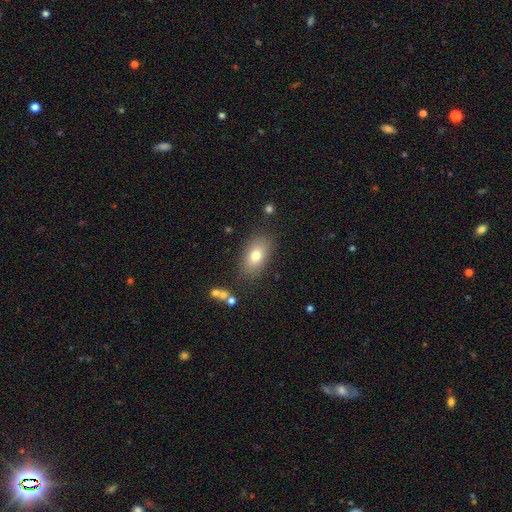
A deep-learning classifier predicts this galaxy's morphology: The model was most divided on "smooth or featured": smooth: 76%, featured or disk: 15%, star or artifact: 9%. More confident: how rounded — in between (87%); merging — none (82%).